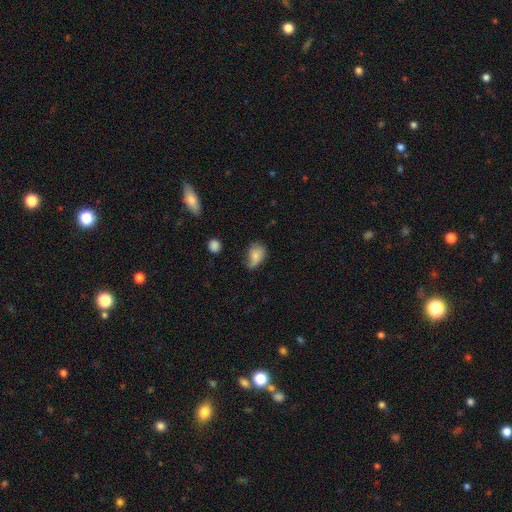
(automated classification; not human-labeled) Smooth or featured: smooth — 76% (featured or disk — 15%)
How rounded: in between — 81% (round — 17%)
Merging: none — 42% (minor disturbance — 41%)